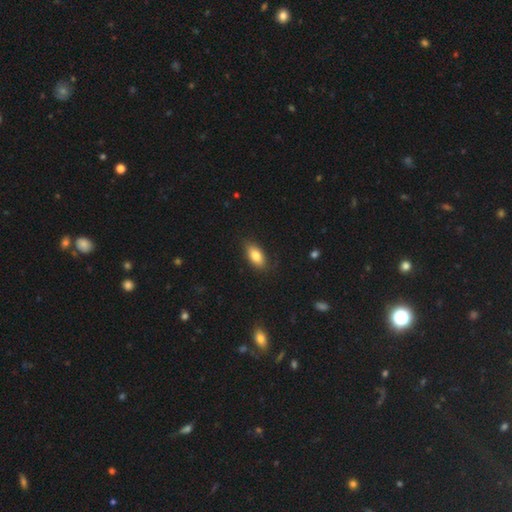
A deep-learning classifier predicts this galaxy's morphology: type=smooth (82%); roundness=in between (90%); merging=none (82%).